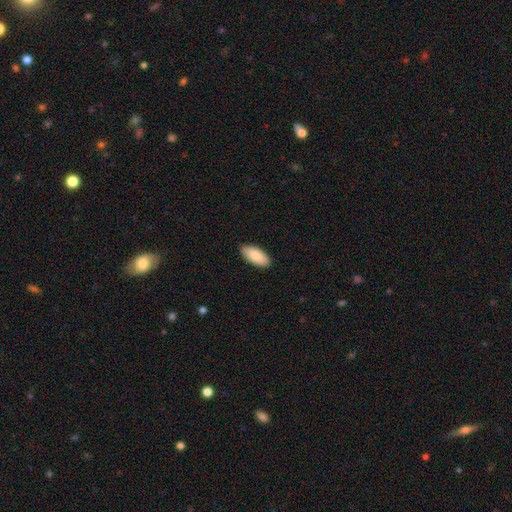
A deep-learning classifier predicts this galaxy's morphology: Smooth or featured? smooth (87%)
How rounded? in between (91%)
Merging? none (88%)